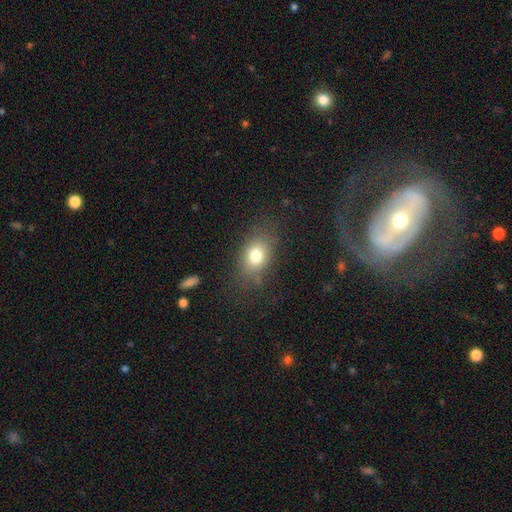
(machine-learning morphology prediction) Smooth or featured? smooth (76%)
How rounded? in between (72%)
Merging? none (76%)